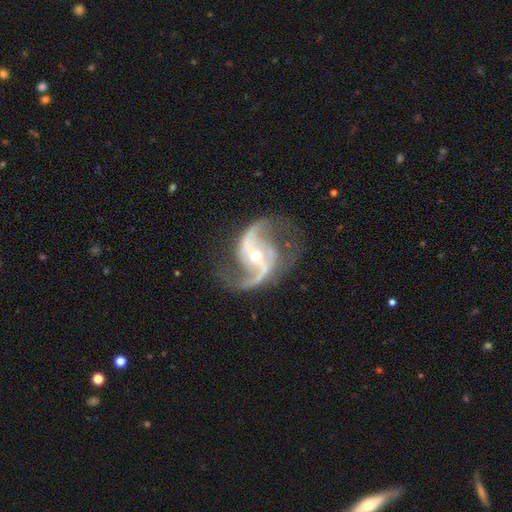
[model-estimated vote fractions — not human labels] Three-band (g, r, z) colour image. It shows a featured or disk galaxy (93%) with a strong bar (38%), 2 (94%) loose (52%) spiral arms (98%) and a small central bulge (58%). Merging: none (74%).